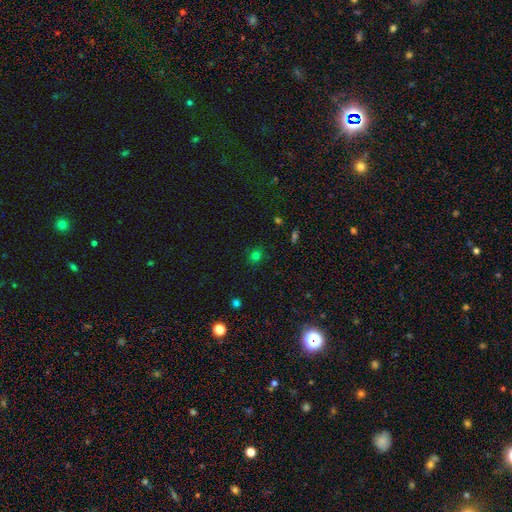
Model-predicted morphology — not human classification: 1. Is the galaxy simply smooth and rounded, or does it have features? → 71% smooth, 23% star or artifact, 6% featured or disk.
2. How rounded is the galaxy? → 71% round, 27% in between, 1% cigar-shaped.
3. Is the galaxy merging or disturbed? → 84% none, 11% minor disturbance, 3% major disturbance, 2% merger.